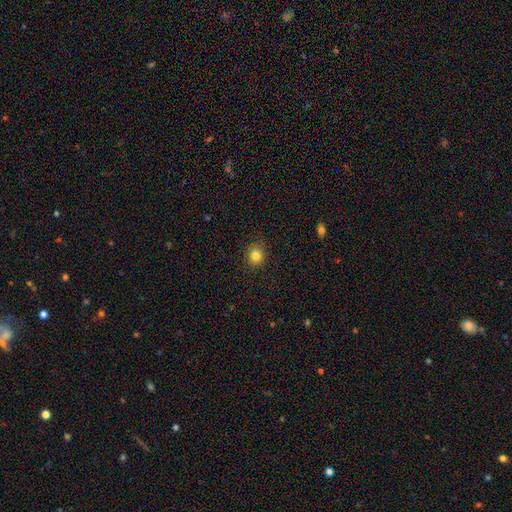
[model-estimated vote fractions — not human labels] The model was most divided on "how rounded": round: 82%, in between: 17%, cigar-shaped: 1%. More confident: merging — none (88%); smooth or featured — smooth (83%).